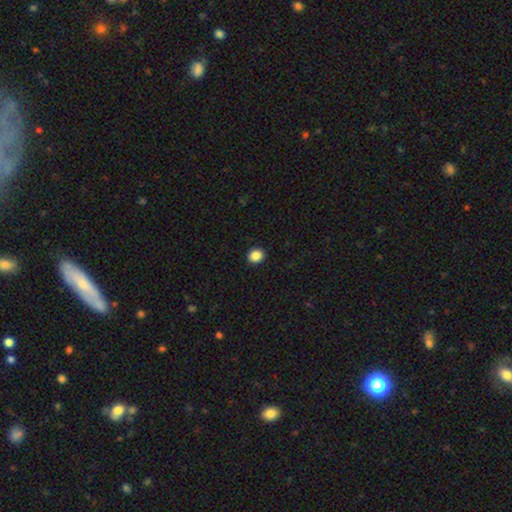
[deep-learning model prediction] Overall: smooth (87%). How rounded: round (78%). Merging: none (93%).